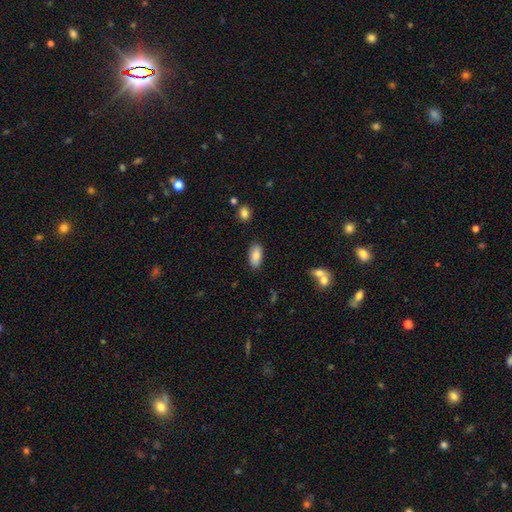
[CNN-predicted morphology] Smooth or featured?
  - smooth: 85% *
  - featured or disk: 8%
  - star or artifact: 7%
How rounded?
  - in between: 91% *
  - cigar-shaped: 6%
  - round: 2%
Merging?
  - none: 86% *
  - minor disturbance: 10%
  - major disturbance: 2%
  - merger: 2%